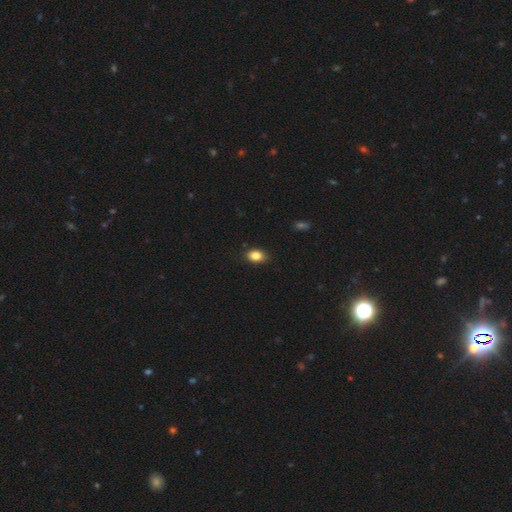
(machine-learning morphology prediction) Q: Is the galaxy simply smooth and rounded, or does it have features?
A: smooth — 85%.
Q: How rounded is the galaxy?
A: in between — 80%.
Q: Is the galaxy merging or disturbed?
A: none — 85%.